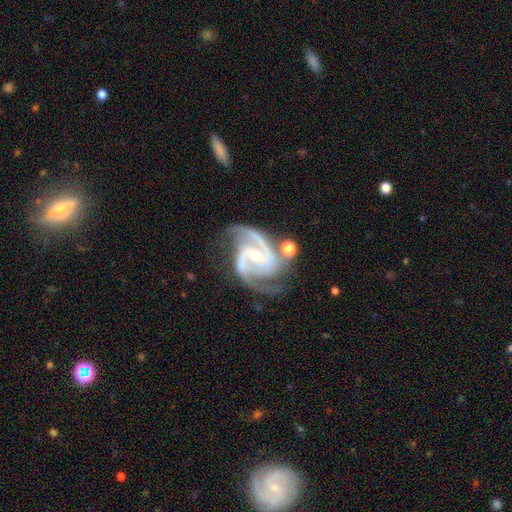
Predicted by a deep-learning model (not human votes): A featured or disk galaxy (93%) with a weak bar (42%), 2 (65%) medium (59%) spiral arms (98%) and a small central bulge (53%).

Vote fractions:
- Smooth or featured? featured or disk: 93% / star or artifact: 4% / smooth: 3%
- Edge-on disk? no: 98% / yes: 2%
- Bar? weak: 42% / no: 37% / strong: 21%
- Spiral arms? yes: 98% / no: 2%
- Spiral winding? medium: 59% / tight: 27% / loose: 14%
- Spiral arm count? 2: 65% / 3: 23% / can't tell: 4% / 4: 3% / 1: 3% / more than 4: 2%
- Bulge size? small: 53% / moderate: 43% / none: 2% / large: 1% / dominant: 1%
- Merging? none: 56% / minor disturbance: 22% / major disturbance: 14% / merger: 9%